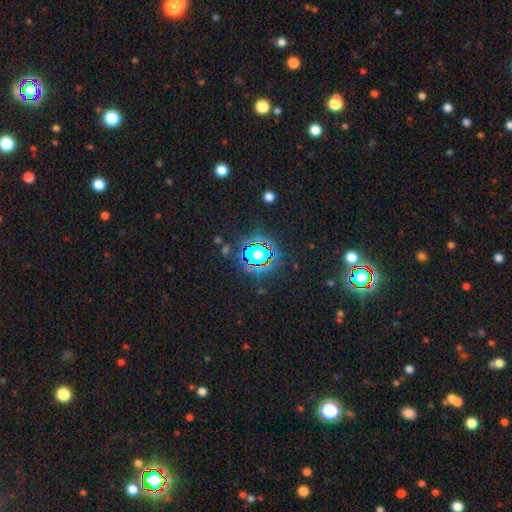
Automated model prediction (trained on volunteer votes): A star or artifact, not a galaxy (81%).